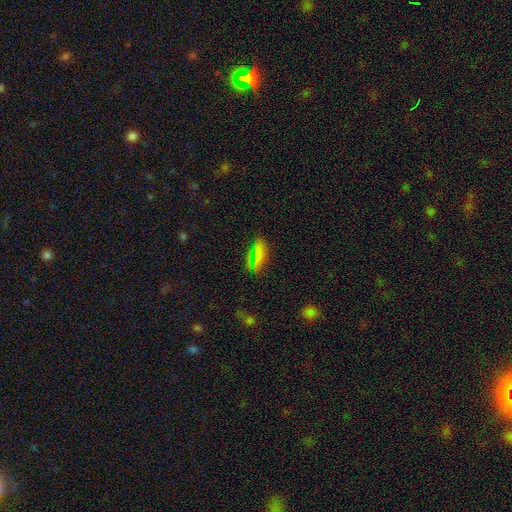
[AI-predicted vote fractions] Smooth or featured?
  - smooth: 70% *
  - star or artifact: 21%
  - featured or disk: 10%
How rounded?
  - in between: 79% *
  - cigar-shaped: 16%
  - round: 5%
Merging?
  - none: 80% *
  - minor disturbance: 14%
  - major disturbance: 4%
  - merger: 2%